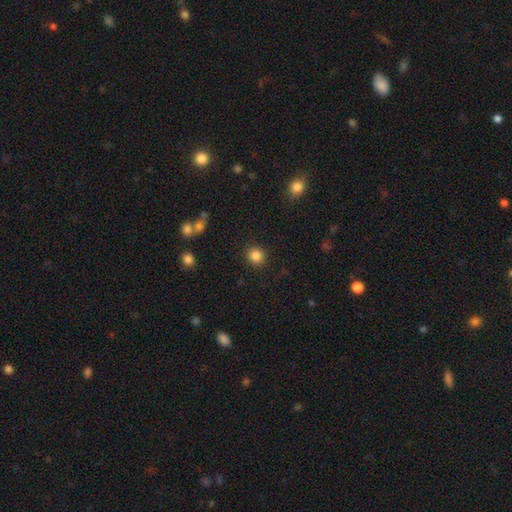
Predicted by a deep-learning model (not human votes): smooth_or_featured: smooth (p=0.85) [alt: star or artifact p=0.11]
how_rounded: round (p=0.87) [alt: in between p=0.12]
merging: none (p=0.90) [alt: minor disturbance p=0.06]